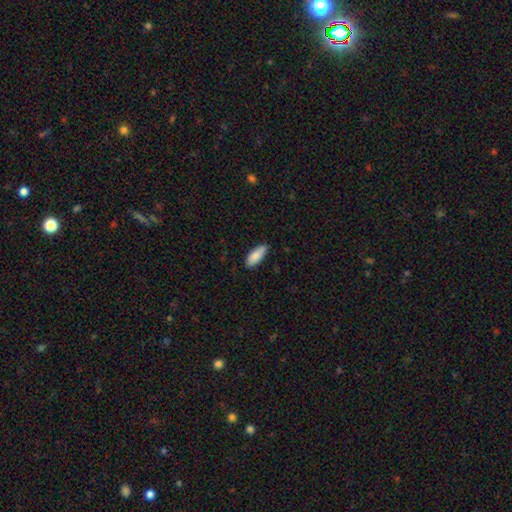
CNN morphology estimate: Smooth or featured?
  - smooth: 87% *
  - featured or disk: 7%
  - star or artifact: 6%
How rounded?
  - in between: 80% *
  - cigar-shaped: 18%
  - round: 2%
Merging?
  - none: 78% *
  - minor disturbance: 19%
  - major disturbance: 2%
  - merger: 1%